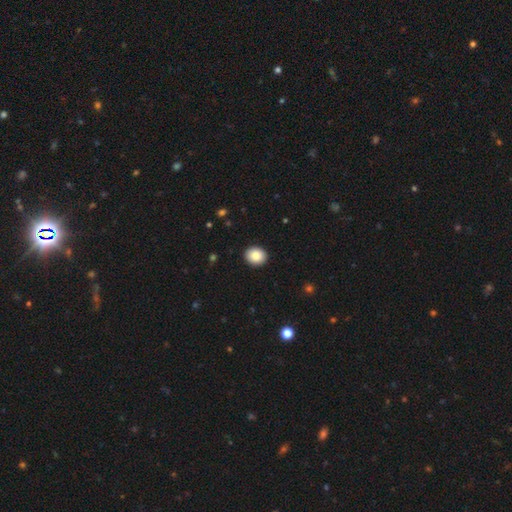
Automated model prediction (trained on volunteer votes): Smooth or featured? Predicted: smooth (p=0.86). How rounded? Predicted: round (p=0.62). Merging? Predicted: none (p=0.92).